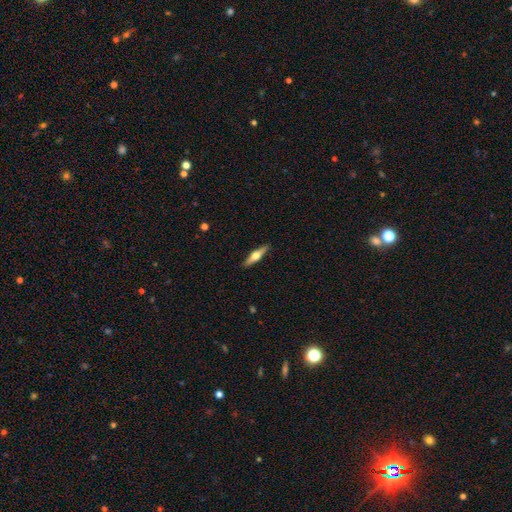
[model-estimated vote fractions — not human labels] Overall: featured or disk (58%; smooth 37%). Edge-on disk: yes (95%). Edge-on bulge: rounded (95%). Merging: none (91%).